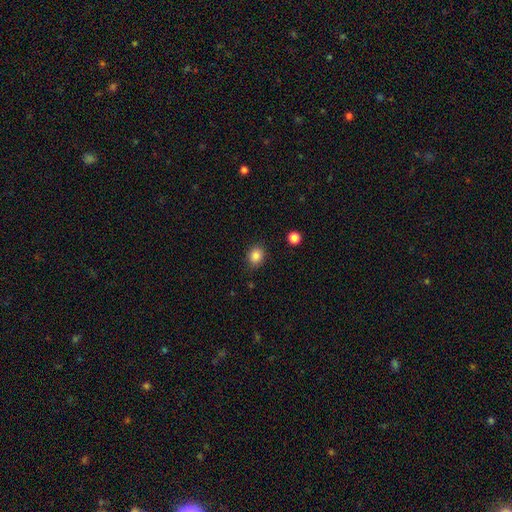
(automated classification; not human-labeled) Q: Smooth or featured?
A: smooth (86%); runner-up: star or artifact (10%)
Q: How rounded?
A: round (64%); runner-up: in between (35%)
Q: Merging?
A: none (86%); runner-up: minor disturbance (10%)